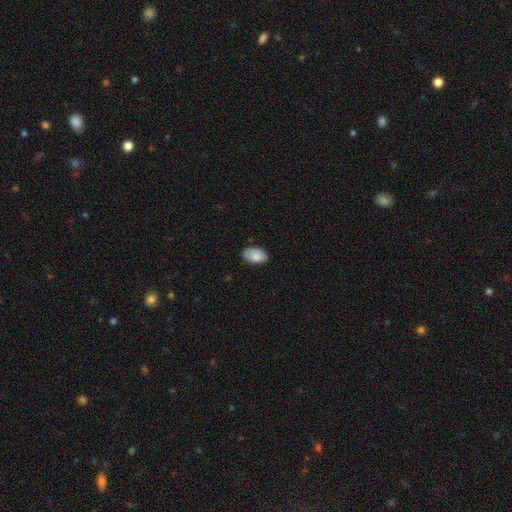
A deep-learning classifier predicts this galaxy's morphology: smooth_or_featured: smooth (p=0.84) [alt: featured or disk p=0.09]
how_rounded: in between (p=0.93) [alt: round p=0.06]
merging: none (p=0.79) [alt: minor disturbance p=0.18]